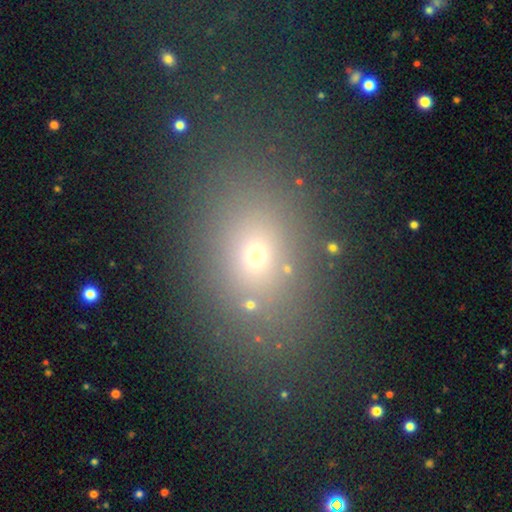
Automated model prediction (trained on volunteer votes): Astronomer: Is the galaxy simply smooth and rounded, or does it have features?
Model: smooth — 65%.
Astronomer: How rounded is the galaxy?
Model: in between — 71%.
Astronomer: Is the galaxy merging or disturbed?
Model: none — 77%.